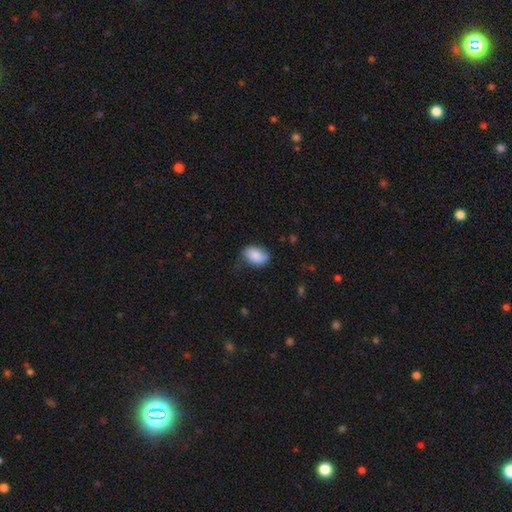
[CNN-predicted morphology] smooth-or-featured: smooth: 80% | featured or disk: 13% | star or artifact: 7%
  how-rounded: in between: 88% | round: 11% | cigar-shaped: 1%
  merging: none: 60% | minor disturbance: 30% | major disturbance: 8% | merger: 2%